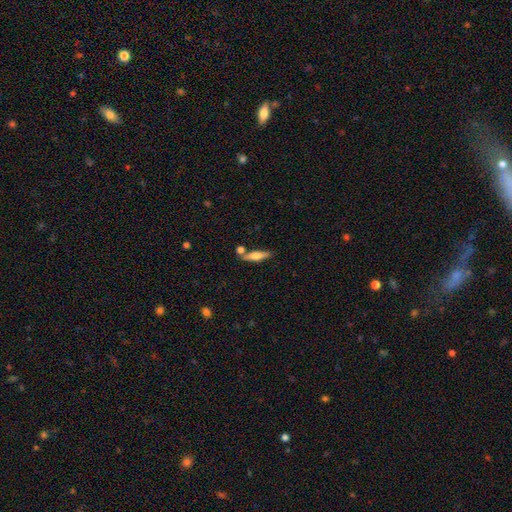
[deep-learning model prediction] Smooth or featured: smooth — 58% (featured or disk — 36%)
How rounded: cigar-shaped — 72% (in between — 26%)
Merging: none — 73% (merger — 12%)